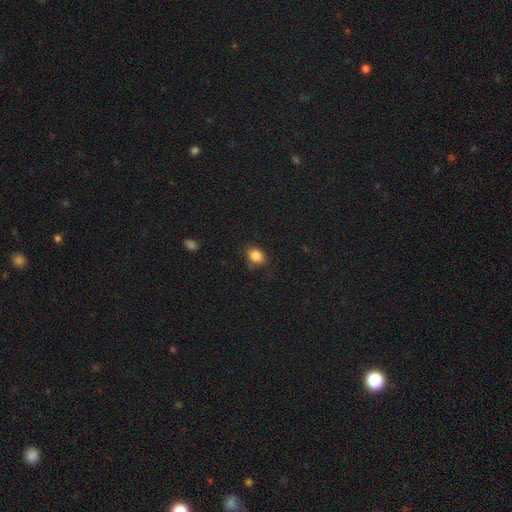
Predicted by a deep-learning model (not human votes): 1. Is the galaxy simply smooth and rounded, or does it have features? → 85% smooth, 10% star or artifact, 5% featured or disk.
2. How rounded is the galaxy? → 73% in between, 26% round, 1% cigar-shaped.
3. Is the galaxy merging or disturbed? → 82% none, 13% minor disturbance, 3% major disturbance, 2% merger.